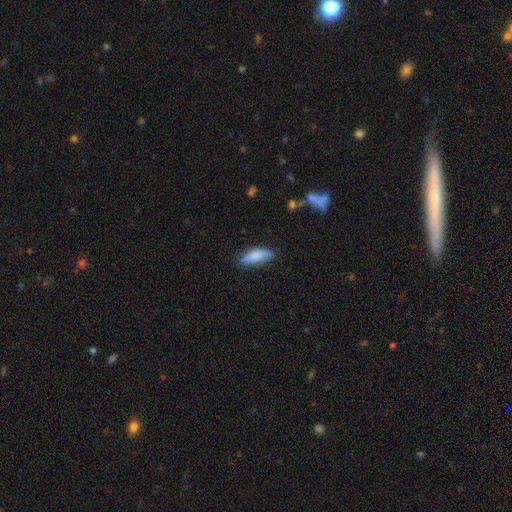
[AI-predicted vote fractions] smooth-or-featured: smooth: 82% | featured or disk: 12% | star or artifact: 6%
  how-rounded: in between: 61% | cigar-shaped: 37% | round: 2%
  merging: none: 70% | minor disturbance: 24% | major disturbance: 5% | merger: 2%